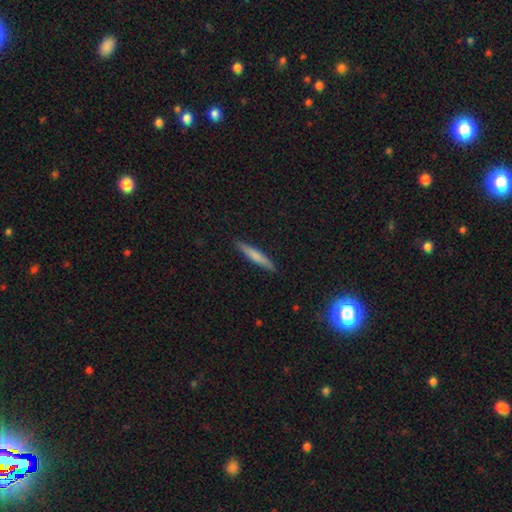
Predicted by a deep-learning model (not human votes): A smooth galaxy with no disk features (70%) that is cigar-shaped (94%). Merging: none (91%).